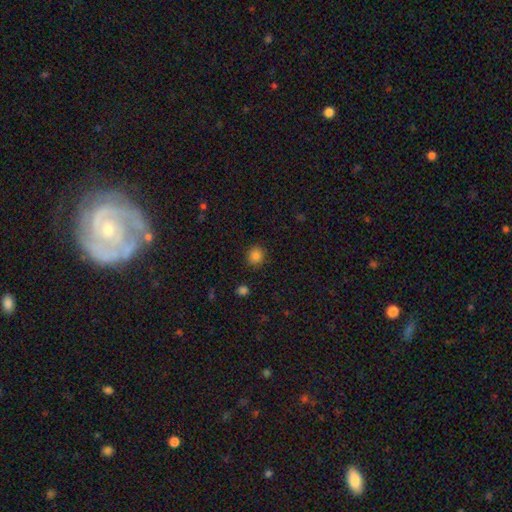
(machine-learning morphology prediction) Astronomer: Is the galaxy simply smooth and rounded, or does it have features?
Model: smooth — 85%.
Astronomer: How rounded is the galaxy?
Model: round — 87%.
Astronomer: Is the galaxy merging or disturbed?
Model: none — 89%.